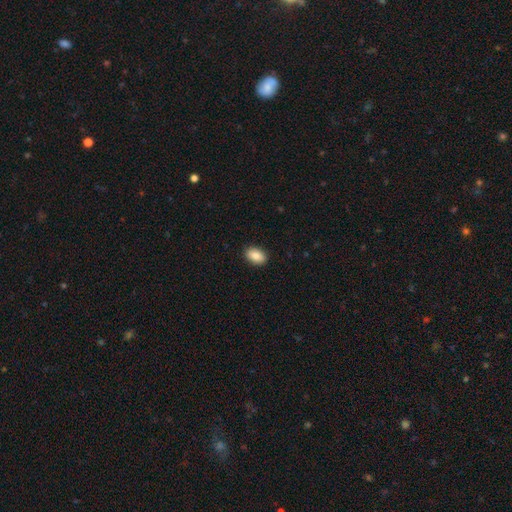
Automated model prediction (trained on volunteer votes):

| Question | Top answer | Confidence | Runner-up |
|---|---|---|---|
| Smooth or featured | smooth | 87% | star or artifact (7%) |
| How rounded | in between | 88% | round (10%) |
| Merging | none | 91% | minor disturbance (7%) |